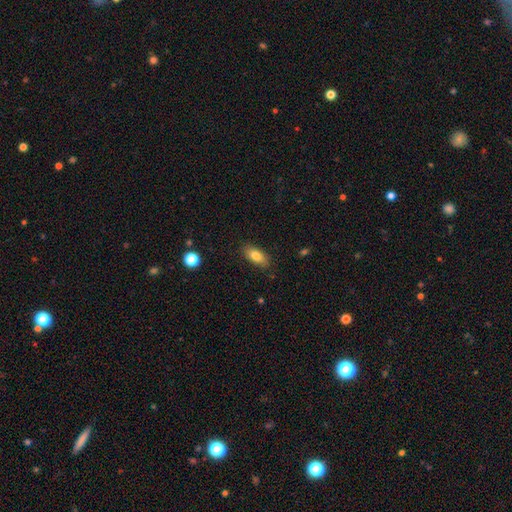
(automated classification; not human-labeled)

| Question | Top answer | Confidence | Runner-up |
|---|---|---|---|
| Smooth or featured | smooth | 81% | featured or disk (12%) |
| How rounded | in between | 84% | cigar-shaped (12%) |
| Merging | none | 85% | minor disturbance (12%) |